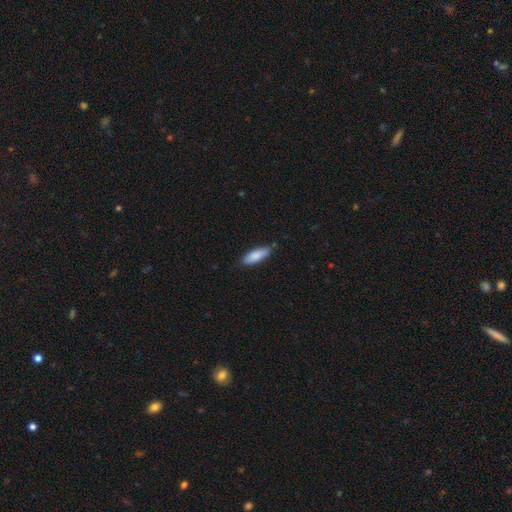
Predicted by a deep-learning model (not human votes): This appears to be a smooth galaxy with no disk features (86%) that is in between round and cigar-shaped (60%). Merging: none (78%).